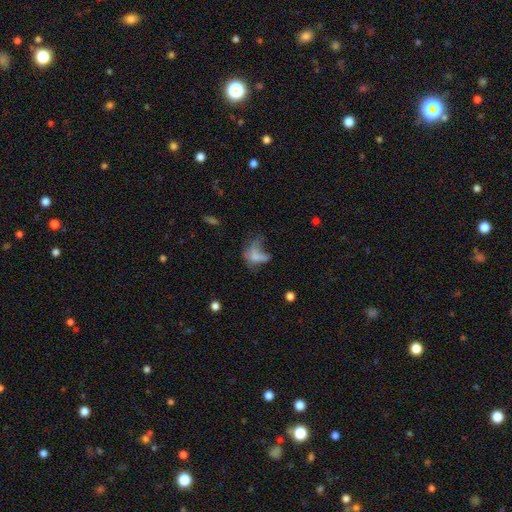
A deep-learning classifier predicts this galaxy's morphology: smooth 55%, featured or disk 30%, star or artifact 15%. Down the decision tree: how rounded — in between (81%); merging — major disturbance (54%).